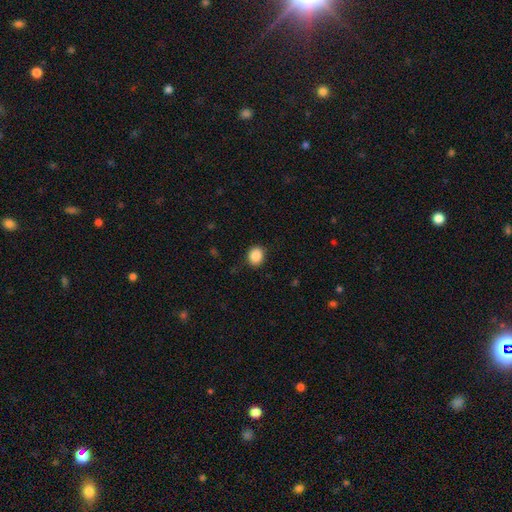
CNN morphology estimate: The model was most divided on "how rounded": round: 61%, in between: 38%, cigar-shaped: 1%. More confident: smooth or featured — smooth (89%); merging — none (87%).